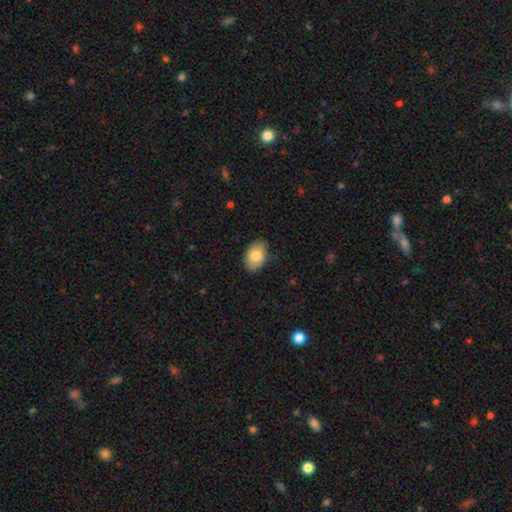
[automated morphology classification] smooth-or-featured: smooth: 81% | featured or disk: 12% | star or artifact: 6%
  how-rounded: in between: 89% | round: 10% | cigar-shaped: 1%
  merging: none: 80% | minor disturbance: 16% | major disturbance: 3% | merger: 1%